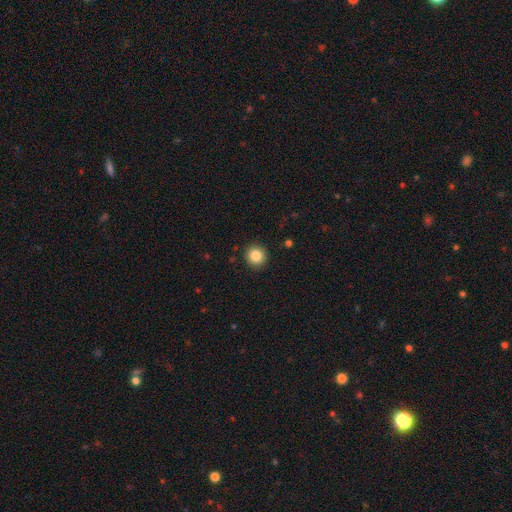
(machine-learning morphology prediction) Smooth or featured?
  - smooth: 85% *
  - star or artifact: 10%
  - featured or disk: 6%
How rounded?
  - round: 93% *
  - in between: 6%
  - cigar-shaped: 1%
Merging?
  - none: 92% *
  - minor disturbance: 5%
  - major disturbance: 2%
  - merger: 1%